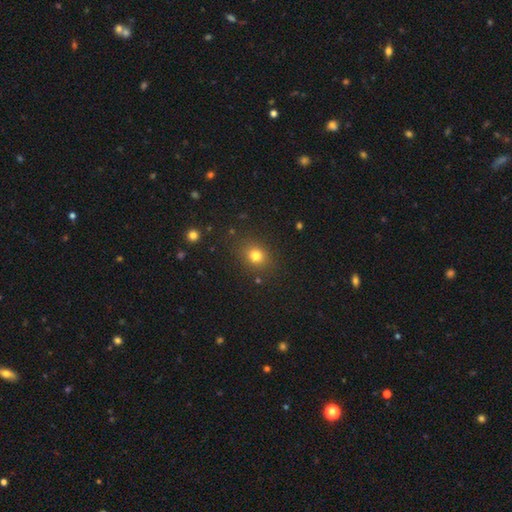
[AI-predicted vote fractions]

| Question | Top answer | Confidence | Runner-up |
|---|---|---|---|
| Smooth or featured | smooth | 79% | star or artifact (14%) |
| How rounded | round | 63% | in between (36%) |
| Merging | none | 85% | minor disturbance (10%) |